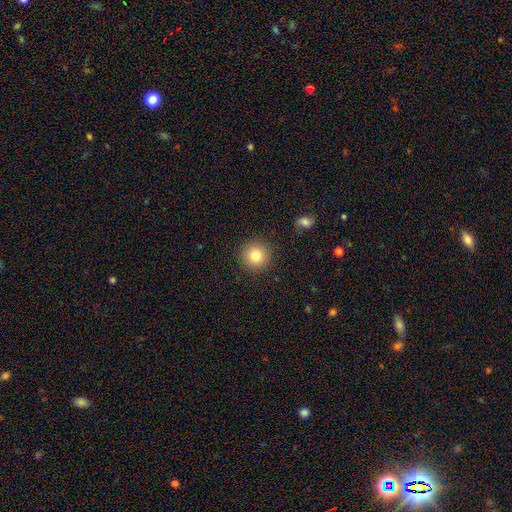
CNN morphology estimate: A smooth galaxy with no disk features (82%) that is round (94%). Merging: none (90%).